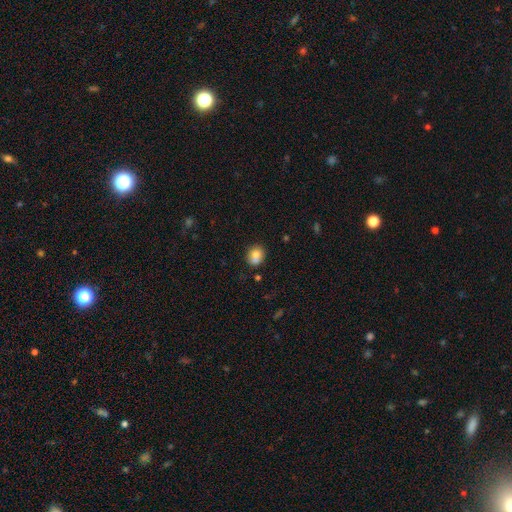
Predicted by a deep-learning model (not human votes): Smooth or featured? smooth (79%)
How rounded? round (63%)
Merging? none (63%)